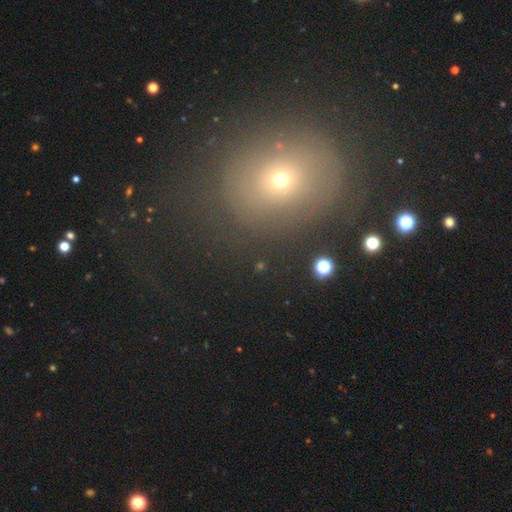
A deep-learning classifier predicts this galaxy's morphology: This appears to be a smooth galaxy with no disk features (57%) that is round (64%). Merging: none (75%).